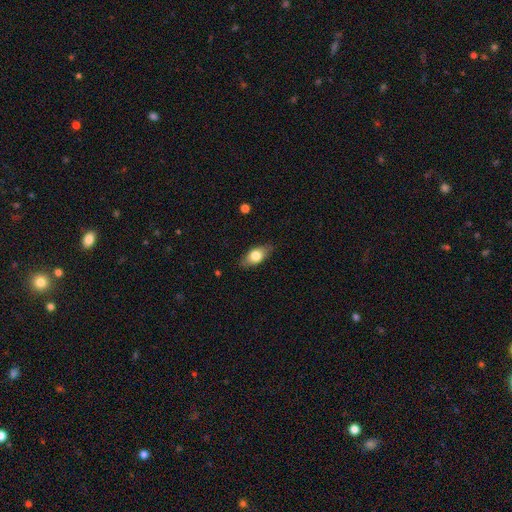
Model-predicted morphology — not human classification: type=smooth (71%); roundness=in between (85%); merging=none (82%).